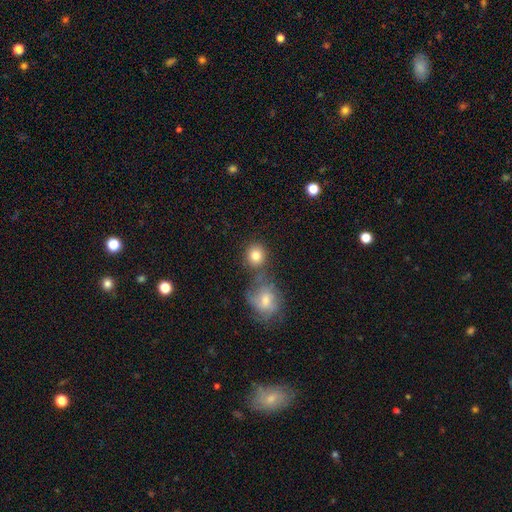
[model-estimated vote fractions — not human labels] smooth-or-featured: smooth: 83% | star or artifact: 9% | featured or disk: 8%
  how-rounded: round: 85% | in between: 14% | cigar-shaped: 1%
  merging: none: 64% | merger: 22% | minor disturbance: 10% | major disturbance: 4%